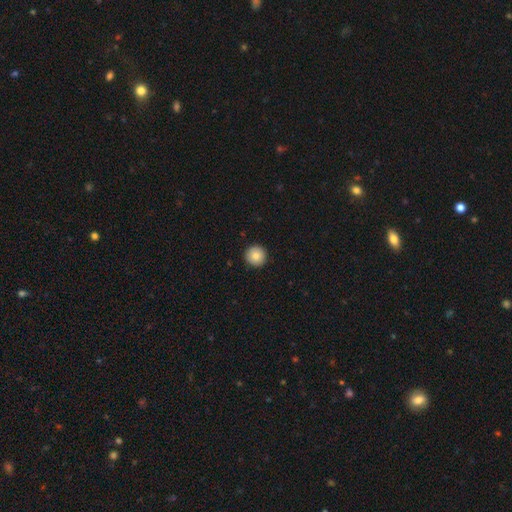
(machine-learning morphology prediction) A smooth galaxy with no disk features (85%) that is round (96%).

Vote fractions:
- Smooth or featured? smooth: 85% / star or artifact: 8% / featured or disk: 6%
- How rounded? round: 96% / in between: 3% / cigar-shaped: 1%
- Merging? none: 93% / minor disturbance: 5% / major disturbance: 1% / merger: 1%